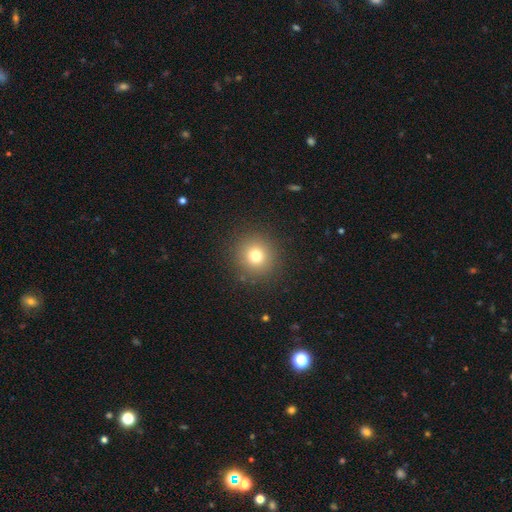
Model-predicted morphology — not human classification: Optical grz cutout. It shows a smooth galaxy with no disk features (75%) that is round (92%). Merging: none (90%).